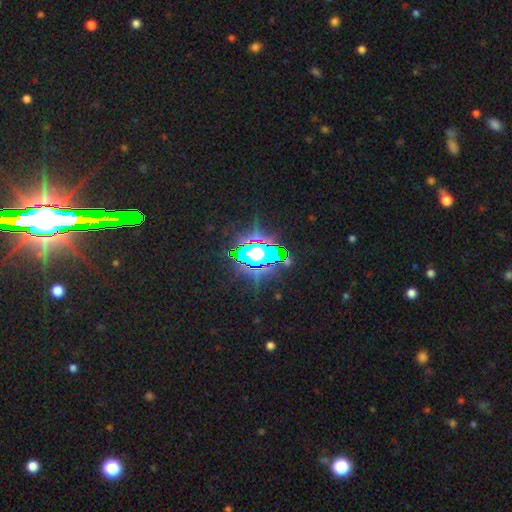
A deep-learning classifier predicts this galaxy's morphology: smooth-or-featured: star or artifact: 66% | smooth: 21% | featured or disk: 14%